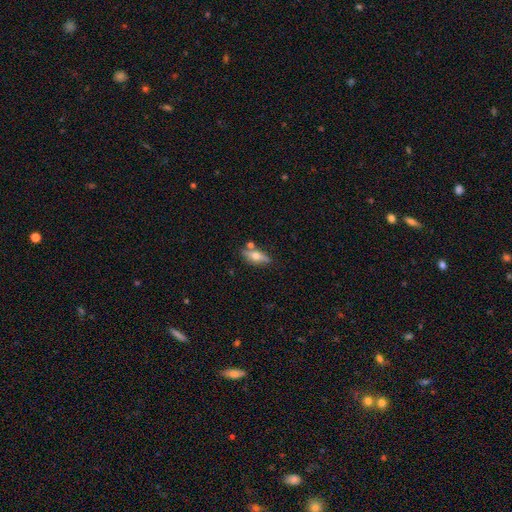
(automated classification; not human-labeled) A featured or disk galaxy (50%). Merging: none (73%).